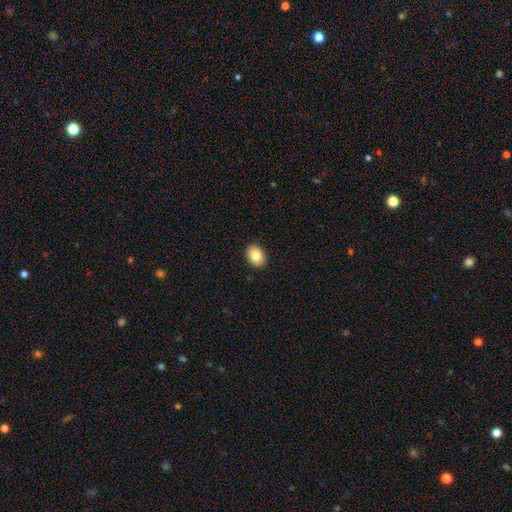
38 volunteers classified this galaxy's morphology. A smooth galaxy with no disk features (82%) that is in between round and cigar-shaped (61%). Merging: none (86%).